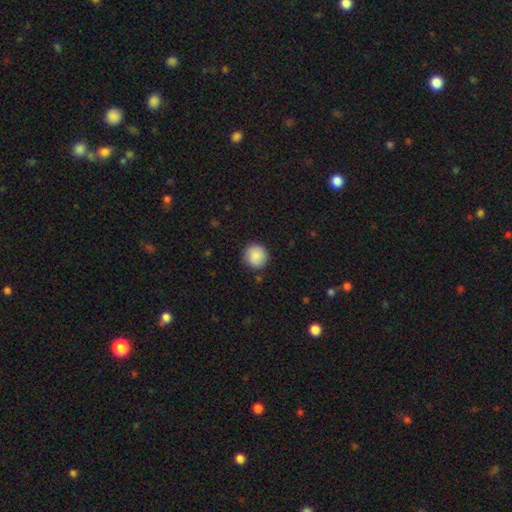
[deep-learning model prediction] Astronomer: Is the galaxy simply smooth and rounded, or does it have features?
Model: smooth — 88%.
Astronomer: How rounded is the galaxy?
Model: round — 94%.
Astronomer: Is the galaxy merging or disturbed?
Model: none — 89%.